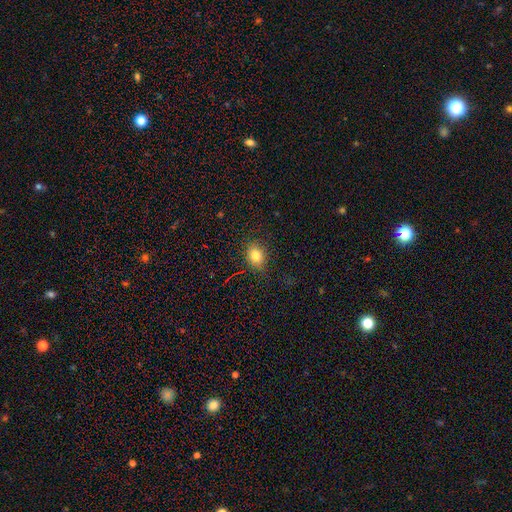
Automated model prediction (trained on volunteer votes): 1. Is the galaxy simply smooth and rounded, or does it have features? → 78% smooth, 13% star or artifact, 9% featured or disk.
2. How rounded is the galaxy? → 51% in between, 47% round, 2% cigar-shaped.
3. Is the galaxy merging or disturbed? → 82% none, 13% minor disturbance, 4% major disturbance, 1% merger.